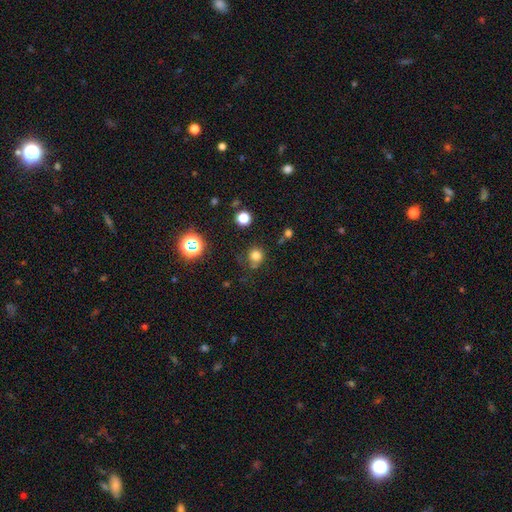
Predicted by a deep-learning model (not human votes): smooth-or-featured: smooth: 76% | star or artifact: 18% | featured or disk: 6%
  how-rounded: round: 88% | in between: 11% | cigar-shaped: 1%
  merging: none: 72% | minor disturbance: 16% | merger: 6% | major disturbance: 6%